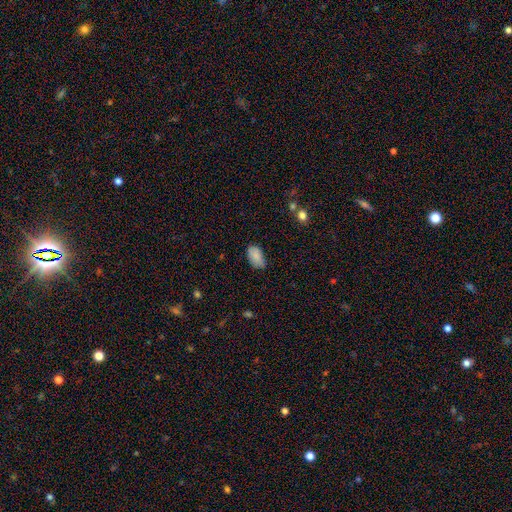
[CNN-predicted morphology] smooth-or-featured: smooth: 86% | star or artifact: 7% | featured or disk: 6%
  how-rounded: in between: 94% | round: 4% | cigar-shaped: 2%
  merging: none: 70% | minor disturbance: 25% | major disturbance: 4% | merger: 1%